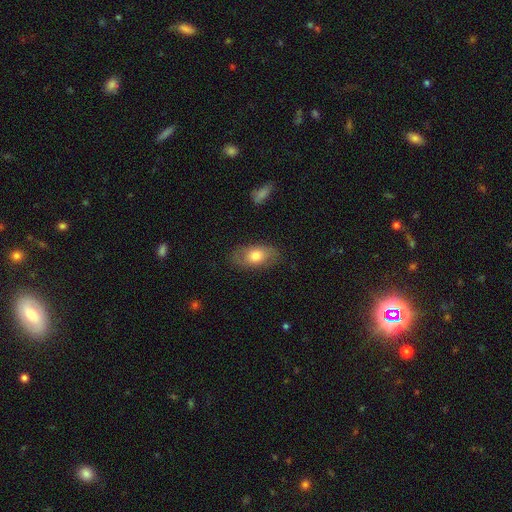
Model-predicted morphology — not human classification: This appears to be a smooth galaxy with no disk features (67%) that is in between round and cigar-shaped (90%). Merging: none (78%).